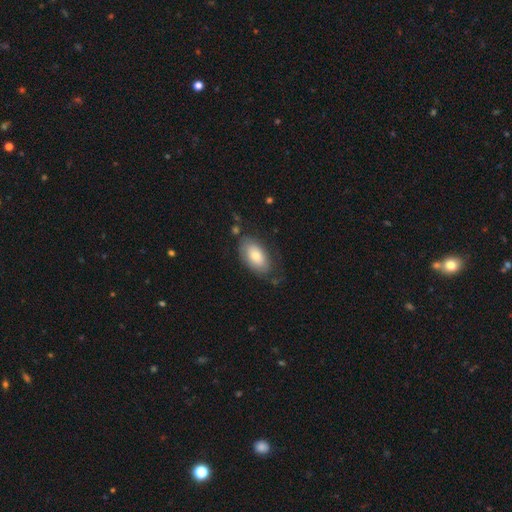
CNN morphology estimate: Smooth or featured?
  - smooth: 71% *
  - featured or disk: 22%
  - star or artifact: 6%
How rounded?
  - in between: 94% *
  - round: 4%
  - cigar-shaped: 2%
Merging?
  - none: 66% *
  - minor disturbance: 22%
  - major disturbance: 9%
  - merger: 3%